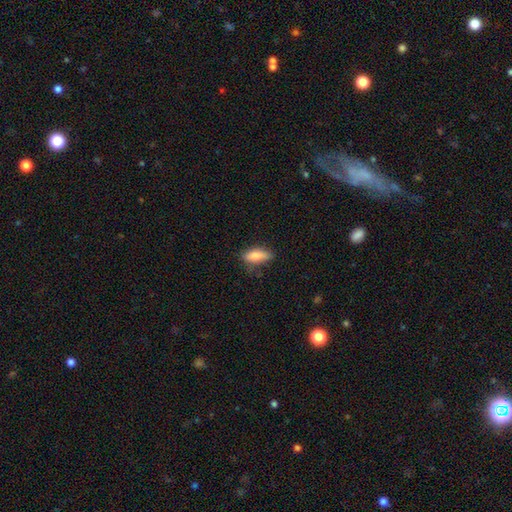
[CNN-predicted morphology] A smooth galaxy with no disk features (82%) that is in between round and cigar-shaped (76%).

Vote fractions:
- Smooth or featured? smooth: 82% / featured or disk: 11% / star or artifact: 7%
- How rounded? in between: 76% / cigar-shaped: 21% / round: 3%
- Merging? none: 65% / minor disturbance: 27% / major disturbance: 6% / merger: 2%